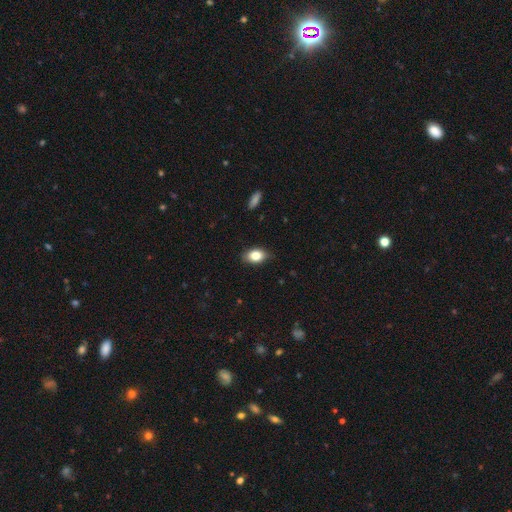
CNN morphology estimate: Smooth or featured? smooth (82%)
How rounded? in between (83%)
Merging? none (81%)